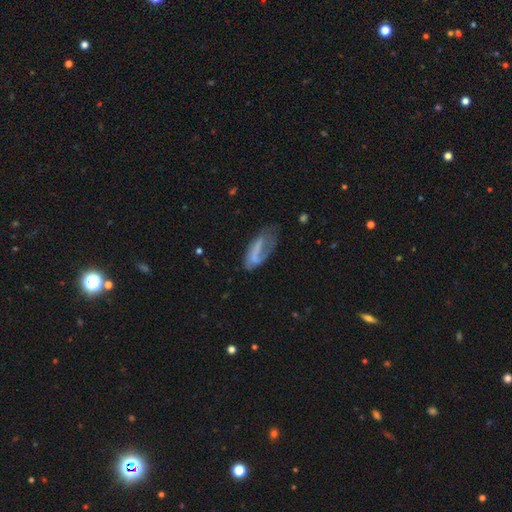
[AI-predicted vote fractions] Morphology: type=smooth (47%); merging=none (35%).